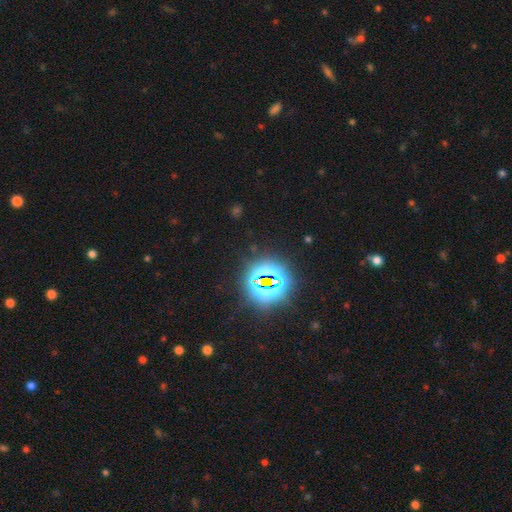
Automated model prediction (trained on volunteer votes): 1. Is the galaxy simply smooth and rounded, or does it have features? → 85% star or artifact, 10% smooth, 6% featured or disk.